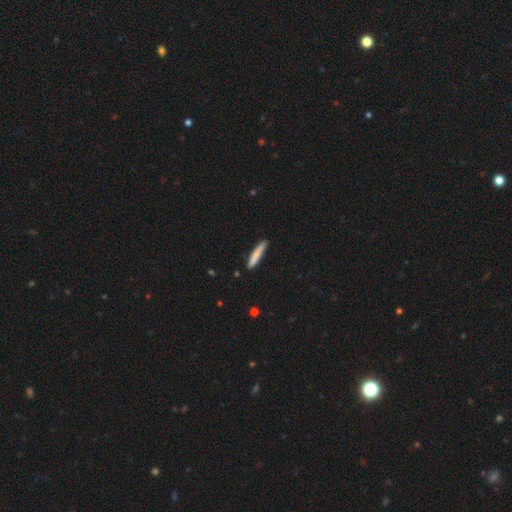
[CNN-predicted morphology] Q: Smooth or featured?
A: smooth (79%); runner-up: featured or disk (15%)
Q: How rounded?
A: cigar-shaped (94%); runner-up: in between (5%)
Q: Merging?
A: none (81%); runner-up: minor disturbance (15%)